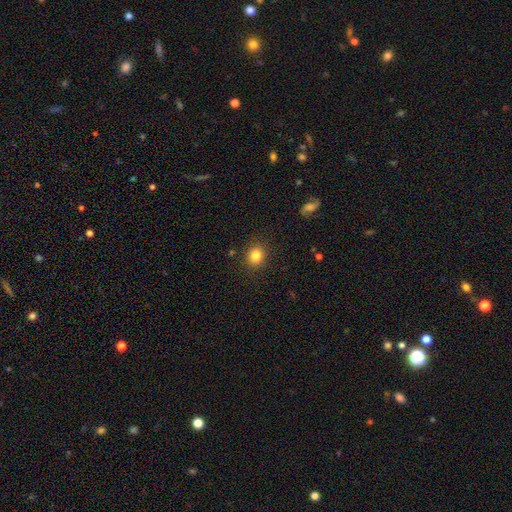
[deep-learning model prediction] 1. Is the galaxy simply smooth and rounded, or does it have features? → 84% smooth, 11% star or artifact, 5% featured or disk.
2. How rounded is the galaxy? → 78% round, 21% in between, 1% cigar-shaped.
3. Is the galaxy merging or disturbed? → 89% none, 8% minor disturbance, 2% major disturbance, 1% merger.